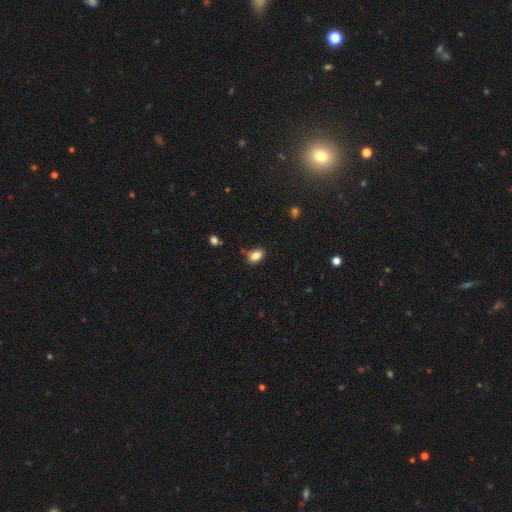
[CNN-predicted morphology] A smooth galaxy with no disk features (84%) that is in between round and cigar-shaped (83%). Merging: none (78%).